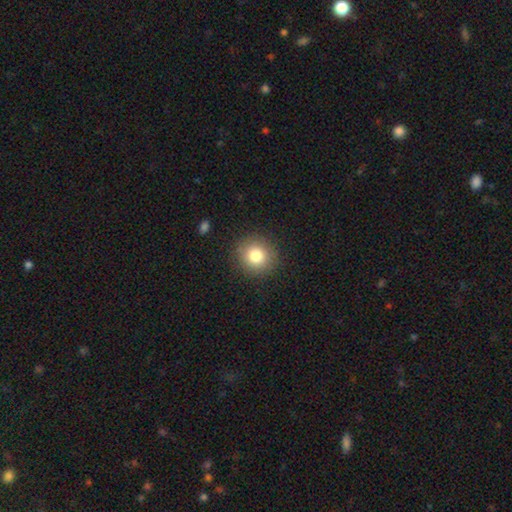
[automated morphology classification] smooth 81%, star or artifact 11%, featured or disk 8%. Down the decision tree: how rounded — round (92%); merging — none (89%).